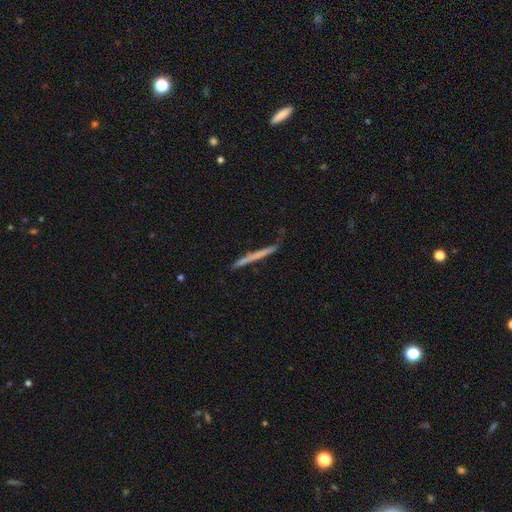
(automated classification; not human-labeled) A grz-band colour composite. It shows a smooth galaxy with no disk features (49%). Merging: none (75%).